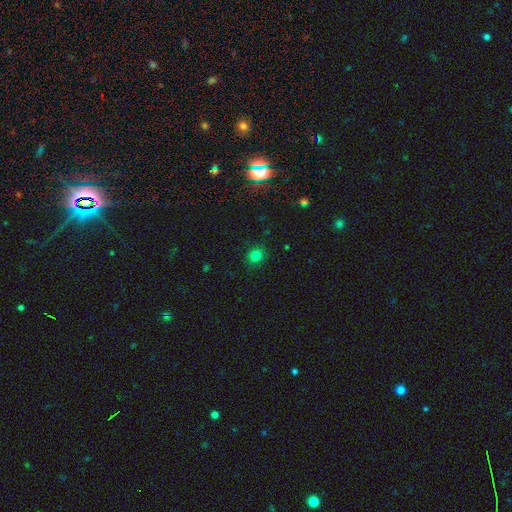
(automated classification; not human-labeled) smooth_or_featured: smooth (p=0.78) [alt: star or artifact p=0.18]
how_rounded: round (p=0.80) [alt: in between p=0.19]
merging: none (p=0.87) [alt: minor disturbance p=0.09]